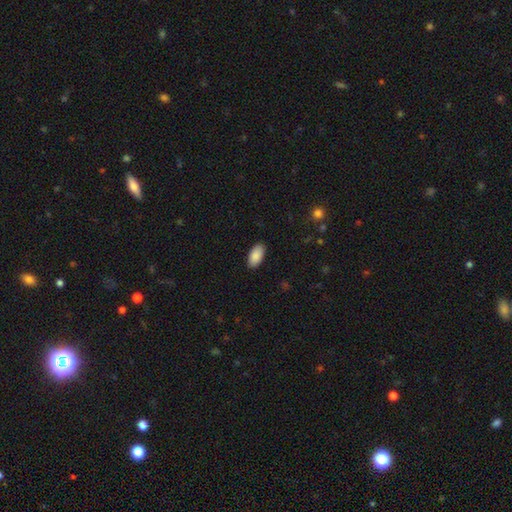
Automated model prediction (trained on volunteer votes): The model was most divided on "merging": none: 89%, minor disturbance: 8%, major disturbance: 2%, merger: 1%. More confident: how rounded — in between (95%); smooth or featured — smooth (89%).